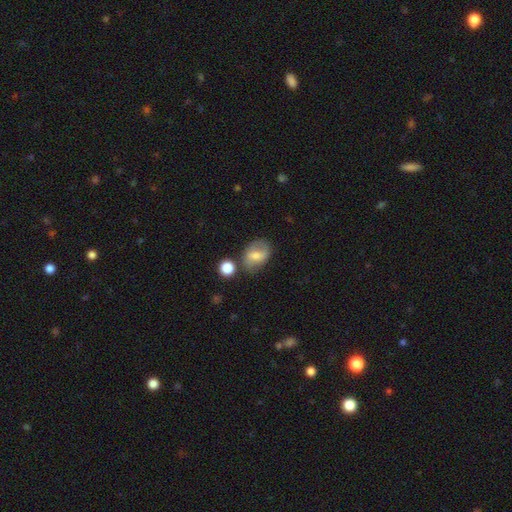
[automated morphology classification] Smooth or featured? smooth (54%)
How rounded? in between (65%)
Merging? none (64%)